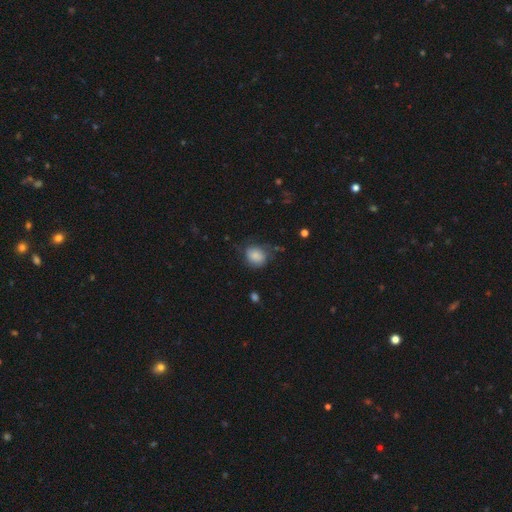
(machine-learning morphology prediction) smooth-or-featured: smooth: 81% | featured or disk: 11% | star or artifact: 8%
  how-rounded: round: 64% | in between: 35% | cigar-shaped: 1%
  merging: none: 60% | minor disturbance: 27% | major disturbance: 11% | merger: 2%